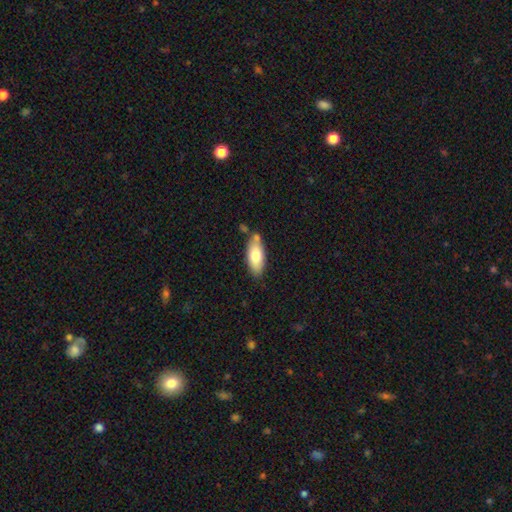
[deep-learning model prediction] smooth 74%, featured or disk 20%, star or artifact 6%. Down the decision tree: how rounded — in between (83%); merging — none (65%).